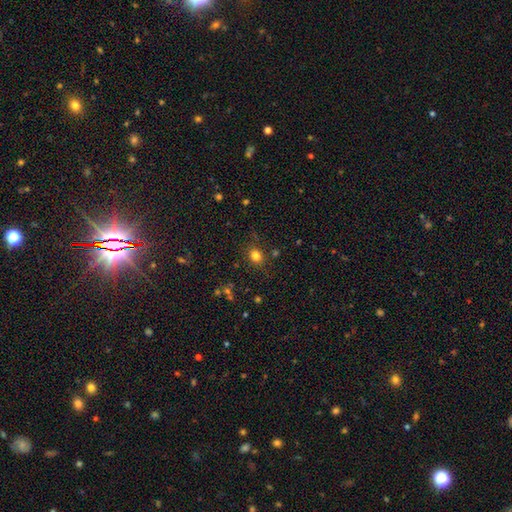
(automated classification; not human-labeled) Morphology: type=smooth (80%); roundness=round (60%); merging=none (83%).